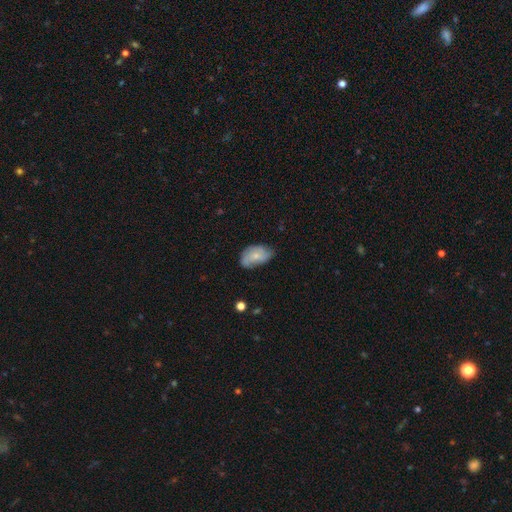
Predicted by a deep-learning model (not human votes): Smooth or featured?
  - smooth: 60% *
  - featured or disk: 33%
  - star or artifact: 7%
How rounded?
  - in between: 91% *
  - round: 7%
  - cigar-shaped: 2%
Merging?
  - none: 49% *
  - minor disturbance: 37%
  - major disturbance: 11%
  - merger: 2%